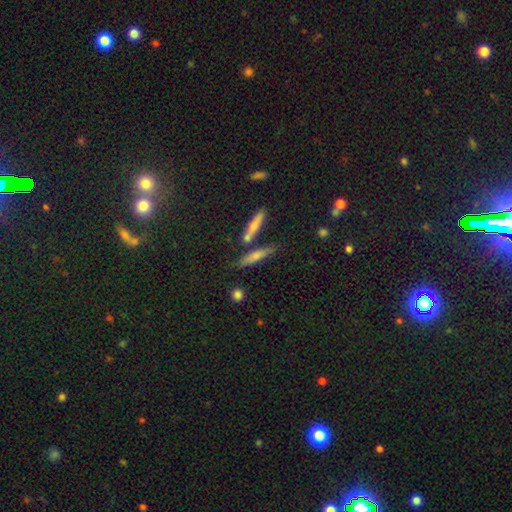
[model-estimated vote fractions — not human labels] smooth_or_featured: smooth (p=0.57) [alt: featured or disk p=0.32]
how_rounded: cigar-shaped (p=0.82) [alt: in between p=0.14]
merging: none (p=0.71) [alt: merger p=0.14]